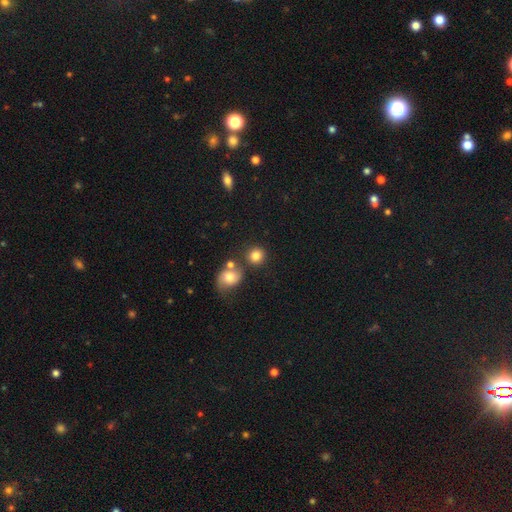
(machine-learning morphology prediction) This is clearly a smooth galaxy (82%). How rounded: clearly round (86%). Merging: likely none (72%).